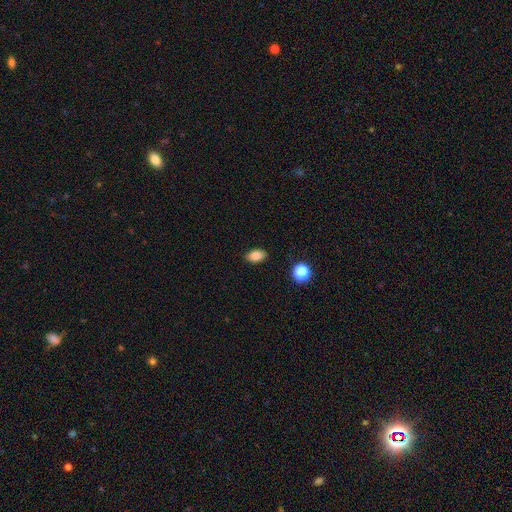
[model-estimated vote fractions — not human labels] A smooth galaxy with no disk features (83%) that is in between round and cigar-shaped (89%).

Vote fractions:
- Smooth or featured? smooth: 83% / star or artifact: 10% / featured or disk: 7%
- How rounded? in between: 89% / round: 9% / cigar-shaped: 2%
- Merging? none: 88% / minor disturbance: 9% / major disturbance: 2% / merger: 1%